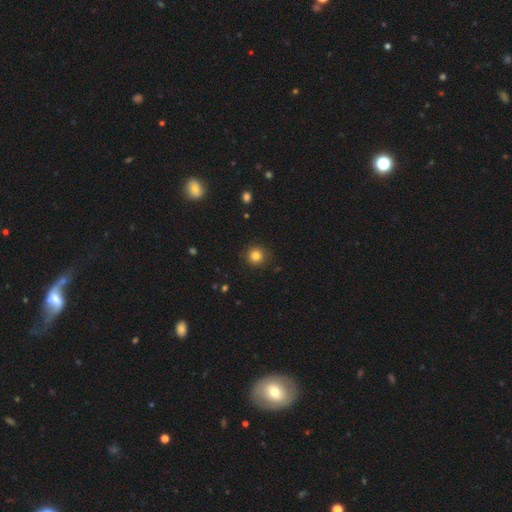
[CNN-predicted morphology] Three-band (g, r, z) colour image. It shows a smooth galaxy with no disk features (83%) that is round (94%). Merging: none (89%).